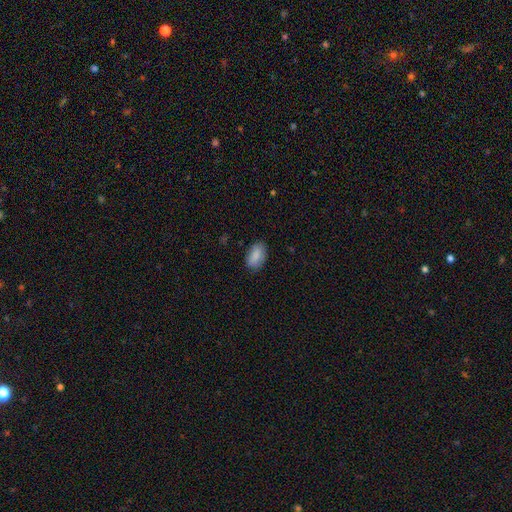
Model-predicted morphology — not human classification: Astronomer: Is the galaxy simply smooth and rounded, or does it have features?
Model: smooth — 87%.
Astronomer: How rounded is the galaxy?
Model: in between — 93%.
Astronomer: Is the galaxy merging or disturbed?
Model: none — 82%.